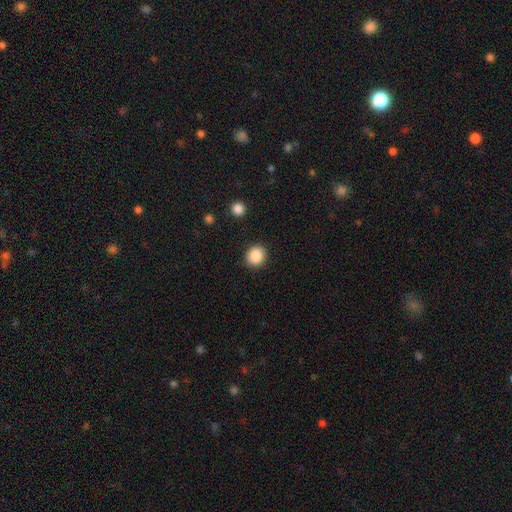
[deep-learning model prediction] smooth_or_featured: smooth (p=0.88) [alt: star or artifact p=0.09]
how_rounded: round (p=0.76) [alt: in between p=0.23]
merging: none (p=0.89) [alt: minor disturbance p=0.07]